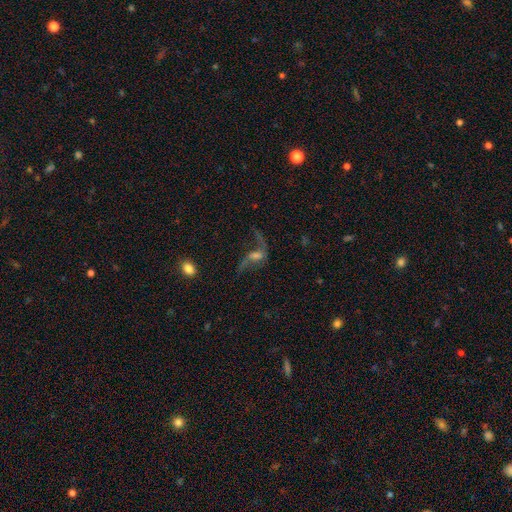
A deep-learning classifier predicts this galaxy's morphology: This is likely a featured or disk galaxy (72%). It is clearly not viewed edge-on (91%). Bar: marginally no (42%). Spiral arm pattern: clearly yes (85%). Spiral arm count: clearly 2 (85%). Spiral winding: clearly loose (88%). Central bulge: marginally moderate (37%). Merging: possibly none (50%).